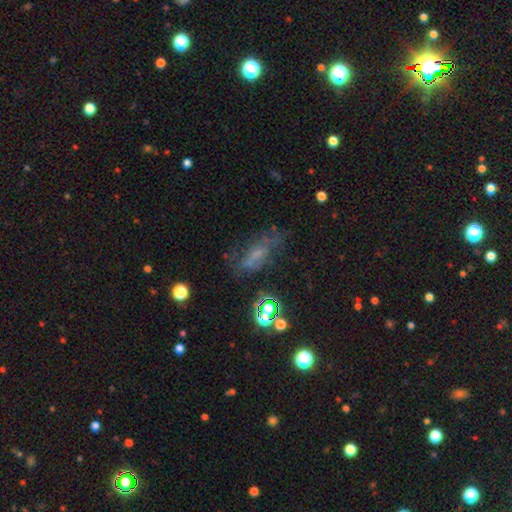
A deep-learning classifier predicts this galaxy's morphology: A smooth galaxy with no disk features (38%, tied with featured or disk).

Vote fractions:
- Smooth or featured? smooth: 38% (tied) / featured or disk: 38% (tied) / star or artifact: 24%
- Merging? none: 52% / minor disturbance: 23% / major disturbance: 20% / merger: 5%